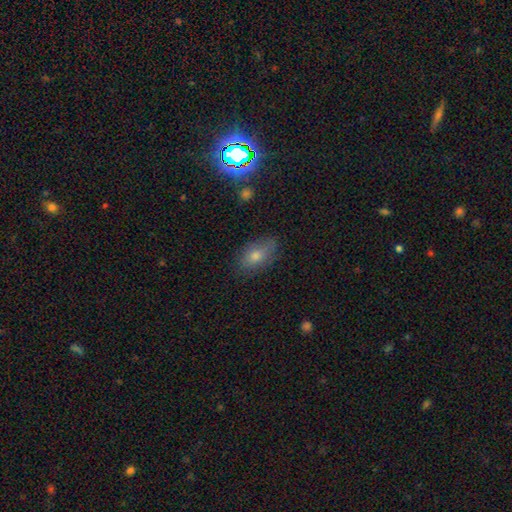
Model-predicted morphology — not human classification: A smooth galaxy with no disk features (65%) that is in between round and cigar-shaped (86%).

Vote fractions:
- Smooth or featured? smooth: 65% / star or artifact: 19% / featured or disk: 17%
- How rounded? in between: 86% / round: 11% / cigar-shaped: 3%
- Merging? none: 77% / minor disturbance: 17% / major disturbance: 4% / merger: 2%